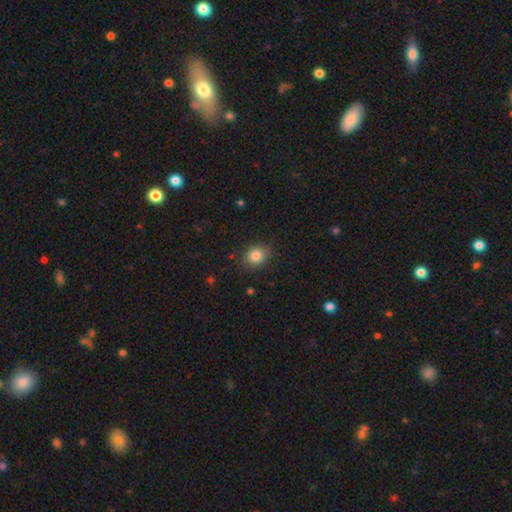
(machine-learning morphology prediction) The model was most divided on "how rounded": round: 64%, in between: 36%, cigar-shaped: 1%. More confident: merging — none (85%); smooth or featured — smooth (84%).